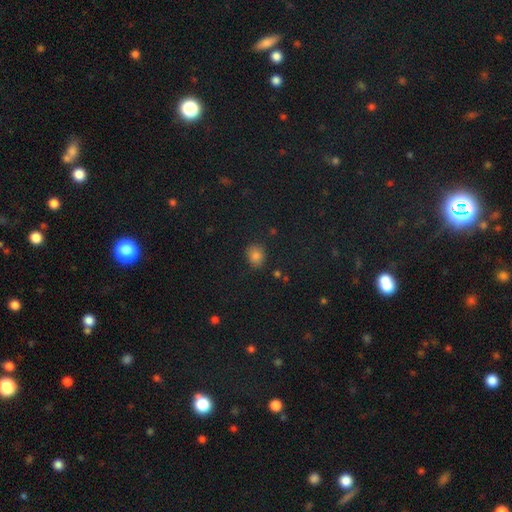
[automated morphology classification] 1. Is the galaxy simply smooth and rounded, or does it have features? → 79% smooth, 15% star or artifact, 6% featured or disk.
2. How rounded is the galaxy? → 60% round, 39% in between, 1% cigar-shaped.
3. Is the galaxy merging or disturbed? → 82% none, 13% minor disturbance, 3% major disturbance, 2% merger.